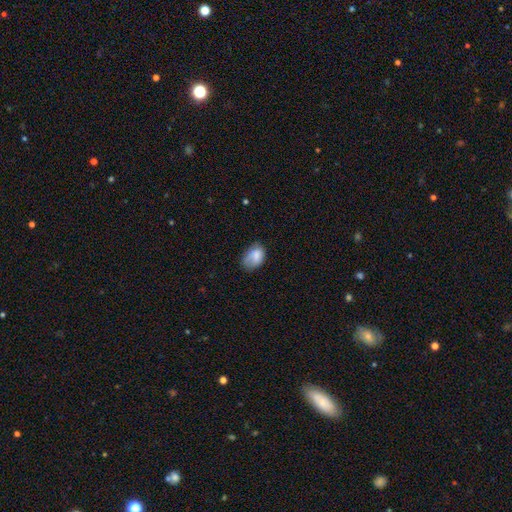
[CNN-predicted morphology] Smooth or featured? Predicted: smooth (p=0.77). How rounded? Predicted: in between (p=0.85). Merging? Predicted: none (p=0.53).